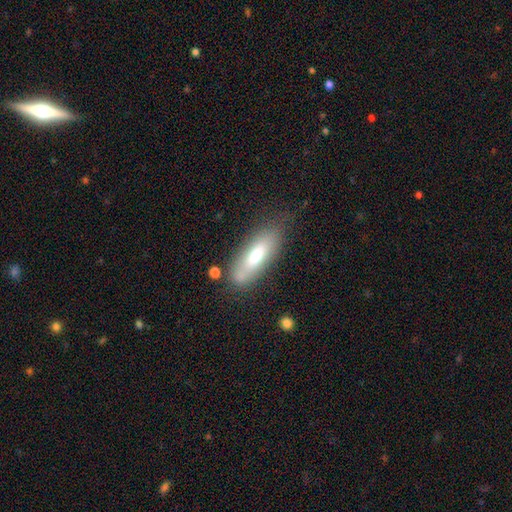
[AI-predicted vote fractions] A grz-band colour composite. It shows a smooth galaxy with no disk features (64%) that is in between round and cigar-shaped (59%). Merging: none (67%).